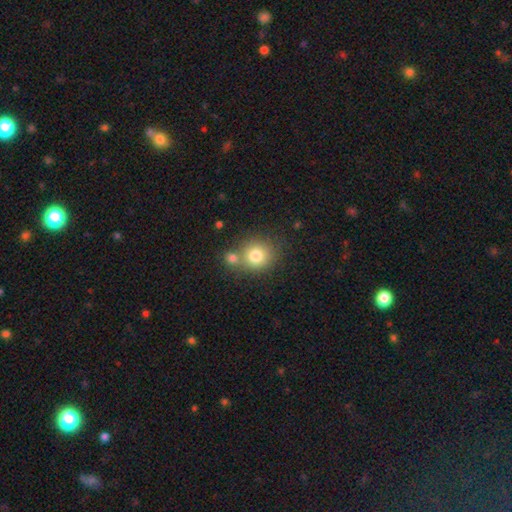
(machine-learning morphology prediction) Smooth or featured: smooth — 78% (star or artifact — 11%)
How rounded: round — 86% (in between — 13%)
Merging: none — 56% (merger — 31%)